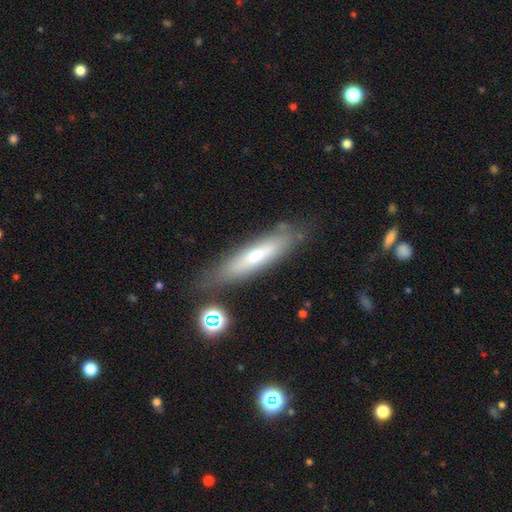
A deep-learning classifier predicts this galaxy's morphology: Q: Smooth or featured?
A: smooth (55%); runner-up: featured or disk (37%)
Q: How rounded?
A: cigar-shaped (78%); runner-up: in between (20%)
Q: Merging?
A: none (74%); runner-up: minor disturbance (15%)